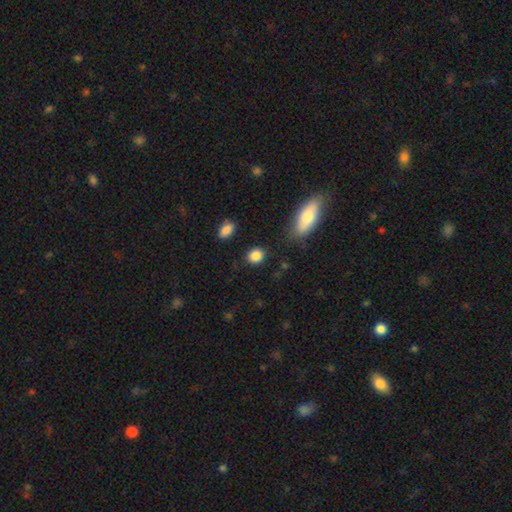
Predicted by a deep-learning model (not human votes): Smooth or featured? smooth (87%)
How rounded? round (70%)
Merging? none (84%)